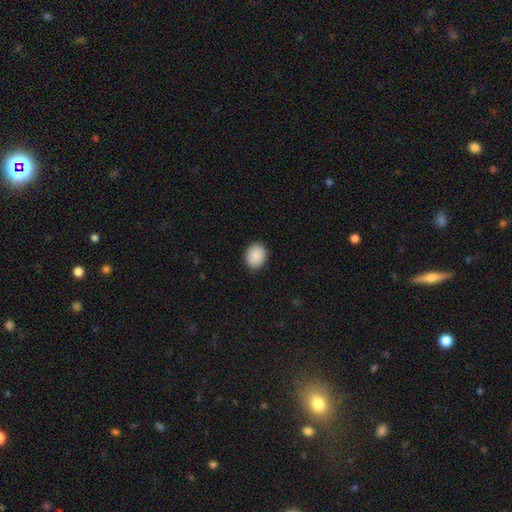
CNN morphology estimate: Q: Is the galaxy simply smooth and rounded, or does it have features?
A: smooth — 90%.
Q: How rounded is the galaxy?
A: round — 52%.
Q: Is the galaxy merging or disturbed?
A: none — 87%.